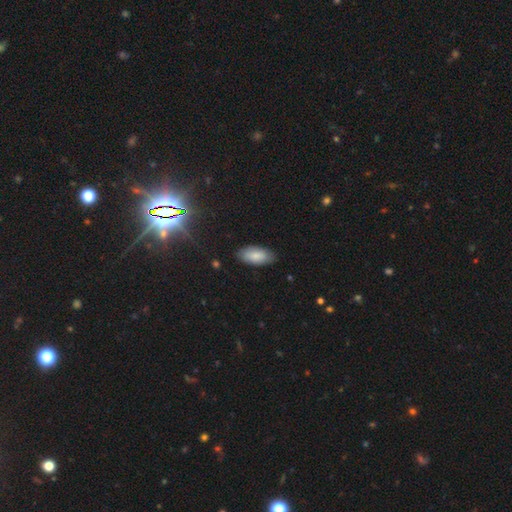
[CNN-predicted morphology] Smooth or featured? Predicted: smooth (p=0.83). How rounded? Predicted: in between (p=0.91). Merging? Predicted: none (p=0.84).